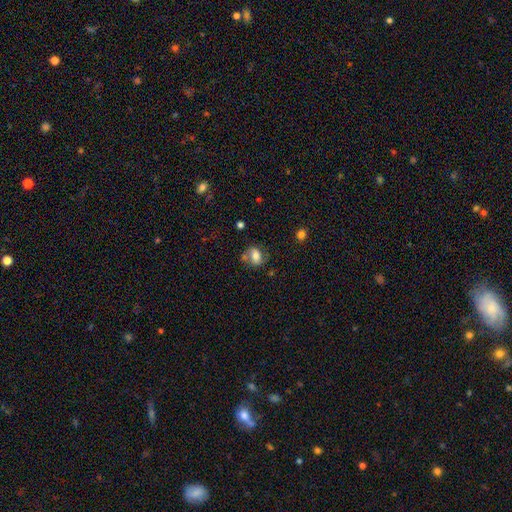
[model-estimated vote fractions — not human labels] Smooth or featured? Predicted: smooth (p=0.67). How rounded? Predicted: in between (p=0.62). Merging? Predicted: none (p=0.58).